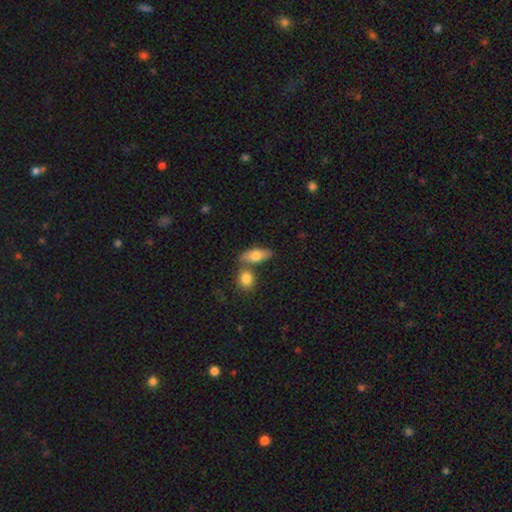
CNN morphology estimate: Q: Smooth or featured?
A: smooth (72%); runner-up: featured or disk (21%)
Q: How rounded?
A: in between (77%); runner-up: cigar-shaped (16%)
Q: Merging?
A: none (55%); runner-up: merger (30%)